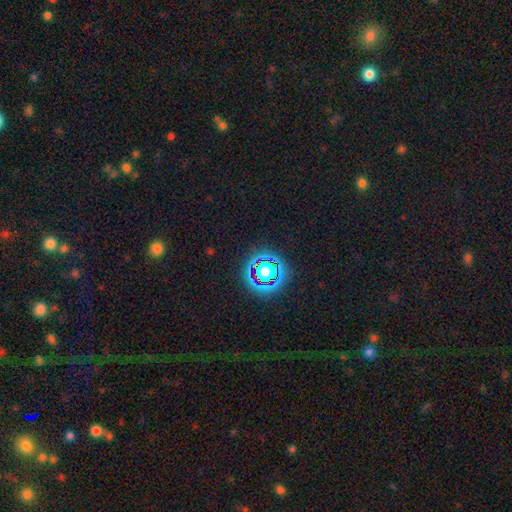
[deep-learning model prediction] Overall: star or artifact (77%).